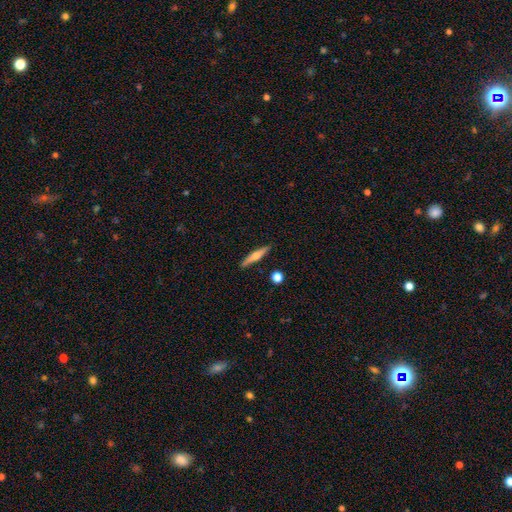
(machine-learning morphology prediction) type=featured or disk (48%); merging=none (87%).